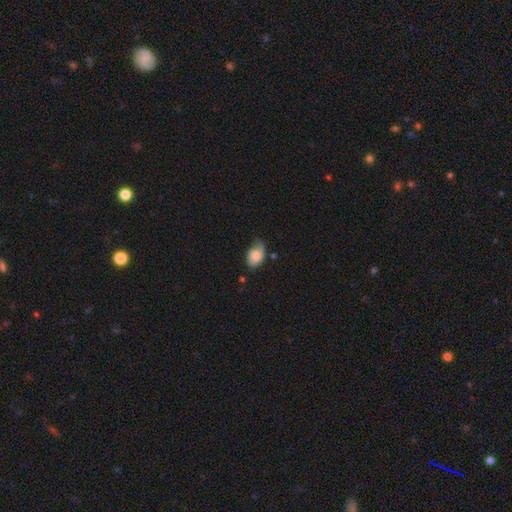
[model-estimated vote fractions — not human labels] smooth 74%, featured or disk 19%, star or artifact 7%. Down the decision tree: how rounded — in between (83%); merging — none (41%, tied with minor disturbance).